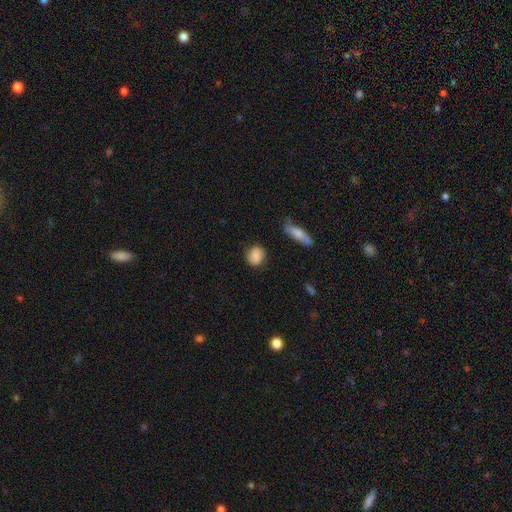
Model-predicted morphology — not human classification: This is clearly a smooth galaxy (83%). How rounded: possibly round (53%). Merging: likely none (77%).